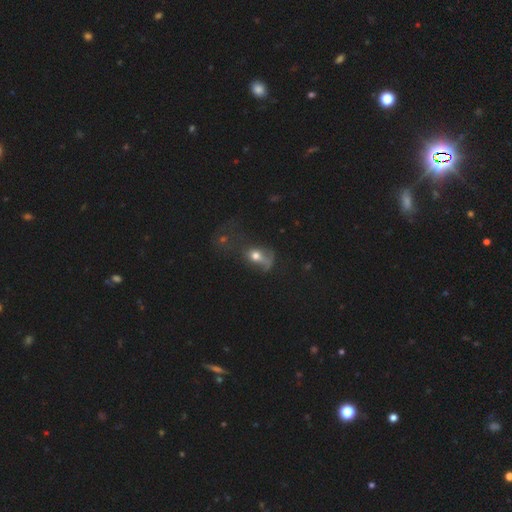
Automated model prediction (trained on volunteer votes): Smooth or featured: smooth — 55% (featured or disk — 29%)
How rounded: in between — 60% (round — 36%)
Merging: major disturbance — 52% (none — 21%)